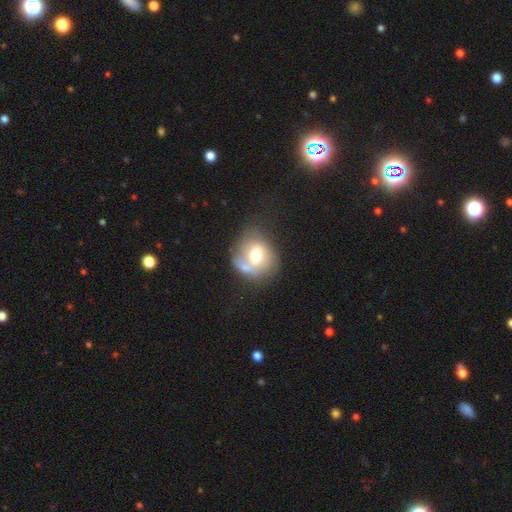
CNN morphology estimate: Overall: smooth (60%; featured or disk 32%). How rounded: round (65%; in between 34%). Merging: none (35%; merger 29%).